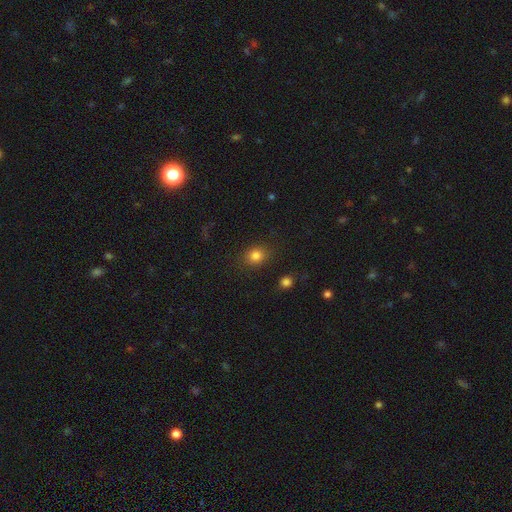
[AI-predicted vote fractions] This appears to be a smooth galaxy with no disk features (82%) that is round (66%). Merging: none (83%).